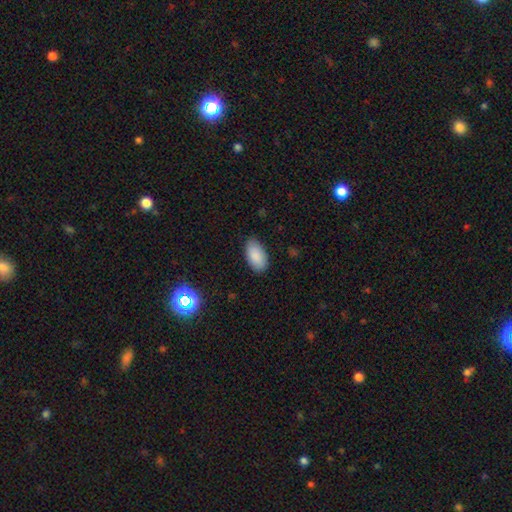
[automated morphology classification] This appears to be a smooth galaxy with no disk features (88%) that is in between round and cigar-shaped (95%). Merging: none (84%).